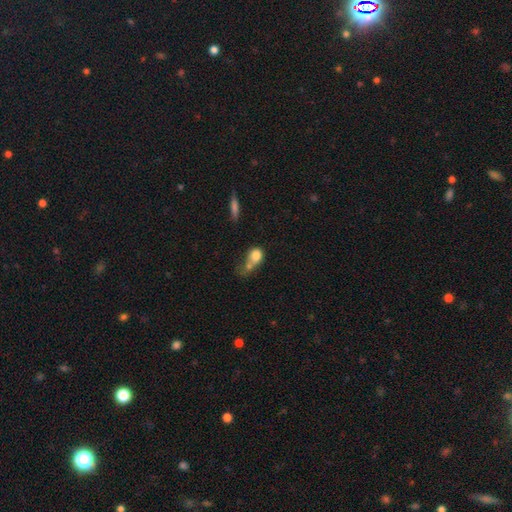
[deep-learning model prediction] Smooth or featured?
  - smooth: 75% *
  - featured or disk: 16%
  - star or artifact: 9%
How rounded?
  - in between: 49% *
  - round: 46%
  - cigar-shaped: 4%
Merging?
  - merger: 44% *
  - major disturbance: 22%
  - none: 20%
  - minor disturbance: 14%